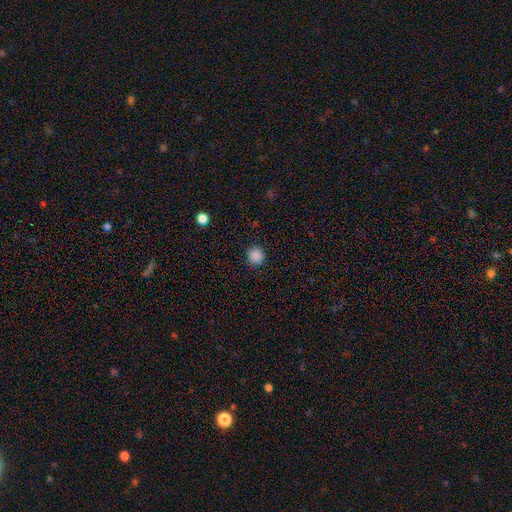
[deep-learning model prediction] Morphology: type=smooth (87%); roundness=round (92%); merging=none (90%).